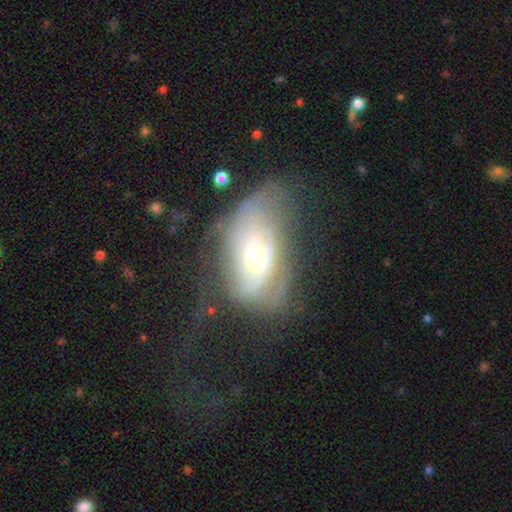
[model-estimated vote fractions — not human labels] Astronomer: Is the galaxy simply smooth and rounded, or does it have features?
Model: featured or disk — 65%.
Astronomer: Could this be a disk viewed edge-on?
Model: no — 90%.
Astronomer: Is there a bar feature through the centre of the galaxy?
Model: no — 66%.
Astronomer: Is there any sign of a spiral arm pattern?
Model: yes — 62% (runner-up: no, 38%).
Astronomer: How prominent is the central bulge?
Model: moderate — 60%.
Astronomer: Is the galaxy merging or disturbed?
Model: none — 39% (runner-up: major disturbance, 32%).